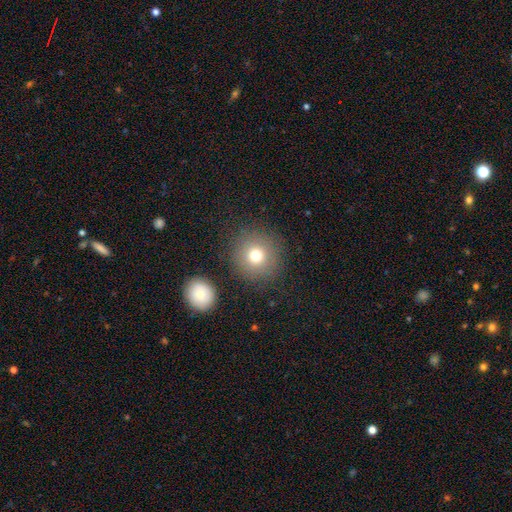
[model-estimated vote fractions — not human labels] smooth-or-featured: smooth: 74% | star or artifact: 14% | featured or disk: 12%
  how-rounded: round: 92% | in between: 7% | cigar-shaped: 1%
  merging: none: 84% | minor disturbance: 8% | major disturbance: 4% | merger: 4%